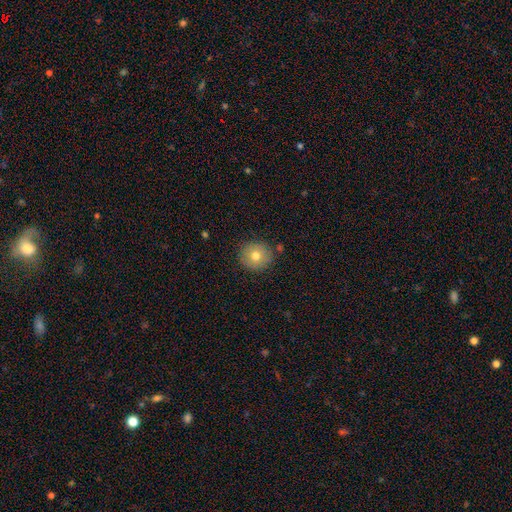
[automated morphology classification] smooth 75%, featured or disk 15%, star or artifact 10%. Down the decision tree: how rounded — round (89%); merging — none (87%).